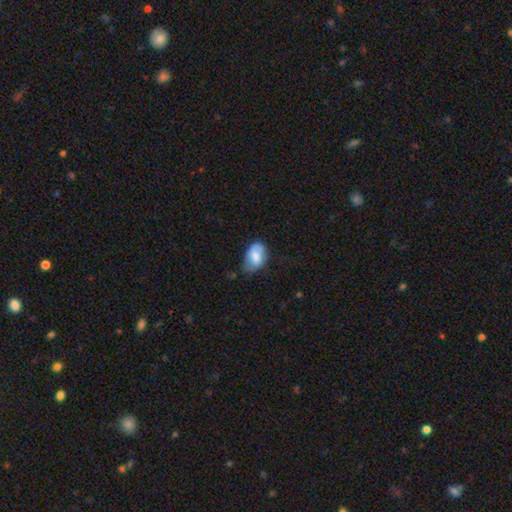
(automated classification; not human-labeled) The model was most divided on "merging": minor disturbance: 42%, none: 39%, major disturbance: 15%, merger: 4%. More confident: how rounded — in between (89%); smooth or featured — smooth (69%).